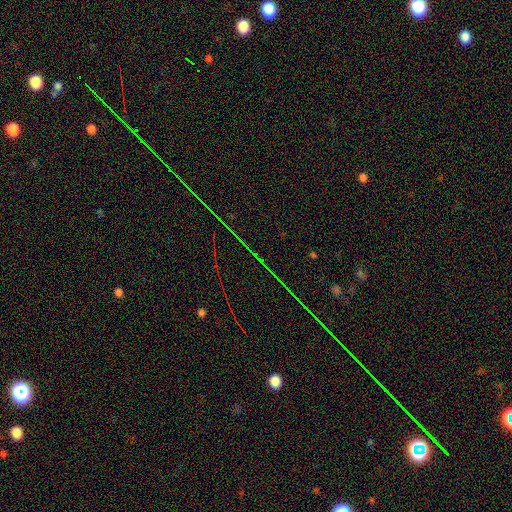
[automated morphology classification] Smooth or featured? Predicted: star or artifact (p=0.80).